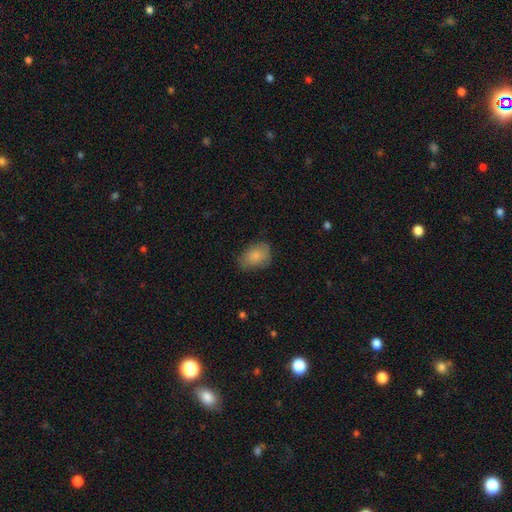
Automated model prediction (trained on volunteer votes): smooth 83%, featured or disk 10%, star or artifact 7%. Down the decision tree: how rounded — in between (77%); merging — none (69%).